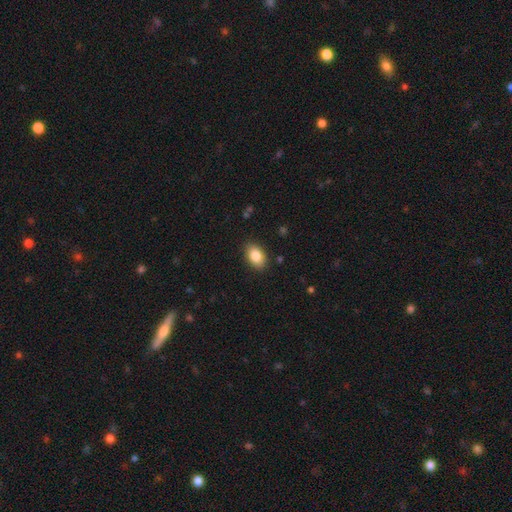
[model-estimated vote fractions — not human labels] This is clearly a smooth galaxy (85%). How rounded: clearly in between (87%). Merging: clearly none (88%).